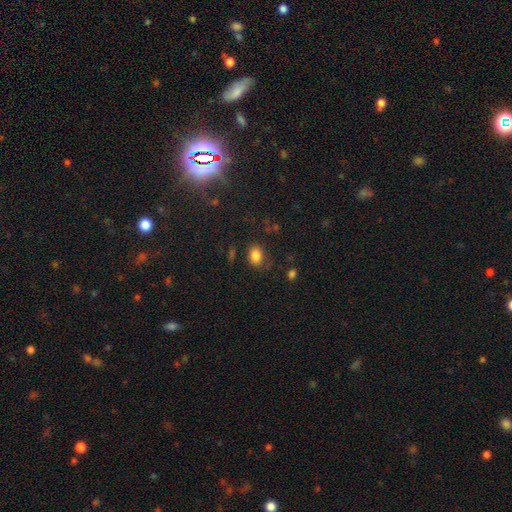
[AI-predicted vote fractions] The model was most divided on "how rounded": in between: 69%, round: 29%, cigar-shaped: 1%. More confident: smooth or featured — smooth (83%); merging — none (74%).